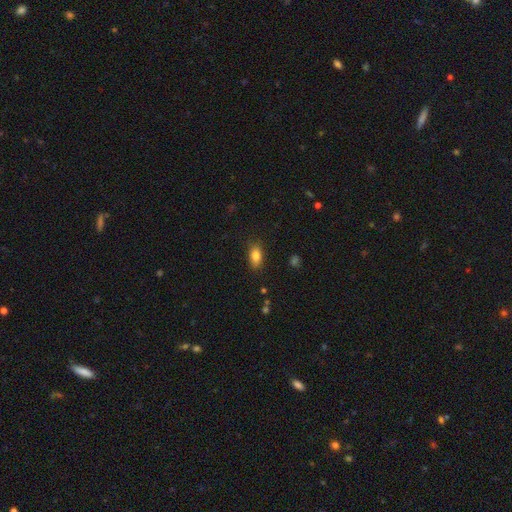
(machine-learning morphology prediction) A smooth galaxy with no disk features (85%) that is in between round and cigar-shaped (86%). Merging: none (83%).